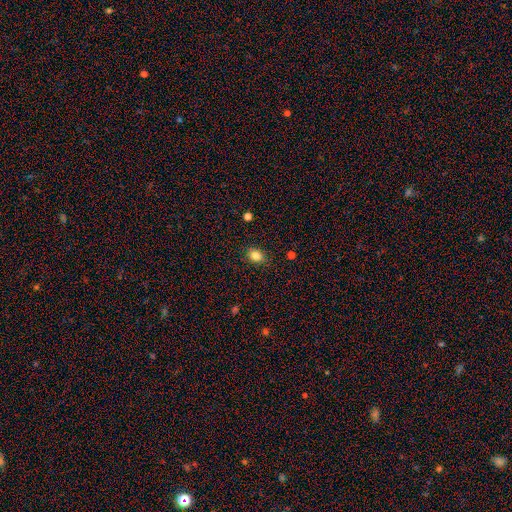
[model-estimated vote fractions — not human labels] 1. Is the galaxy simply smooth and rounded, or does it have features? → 83% smooth, 11% star or artifact, 6% featured or disk.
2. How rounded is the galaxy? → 61% in between, 38% round, 1% cigar-shaped.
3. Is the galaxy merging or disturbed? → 87% none, 9% minor disturbance, 2% major disturbance, 1% merger.